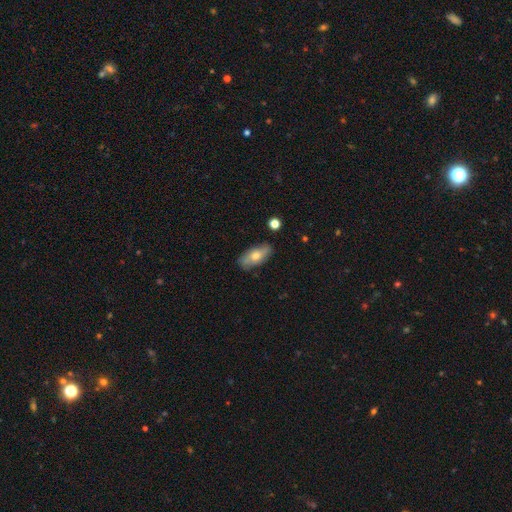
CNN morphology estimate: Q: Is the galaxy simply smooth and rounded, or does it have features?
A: smooth — 61%.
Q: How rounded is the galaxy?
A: in between — 85%.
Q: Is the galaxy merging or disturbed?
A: none — 81%.